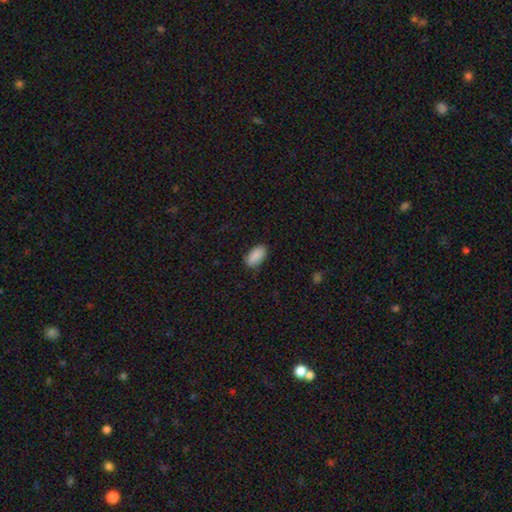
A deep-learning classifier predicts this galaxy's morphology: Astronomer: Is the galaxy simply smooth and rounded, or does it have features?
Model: smooth — 90%.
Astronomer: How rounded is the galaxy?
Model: in between — 93%.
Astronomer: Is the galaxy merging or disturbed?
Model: none — 86%.